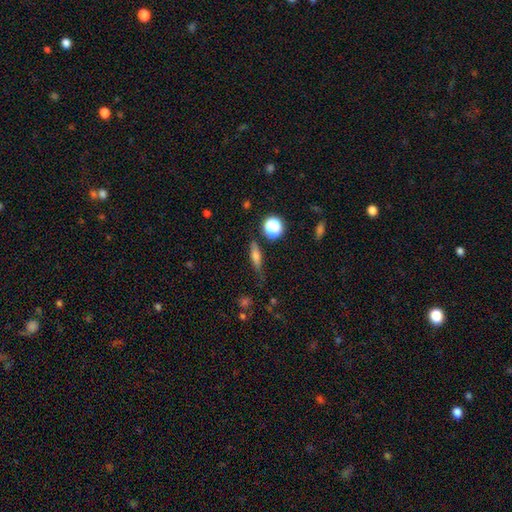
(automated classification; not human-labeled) This appears to be a smooth galaxy with no disk features (58%) that is cigar-shaped (56%). Merging: none (72%).